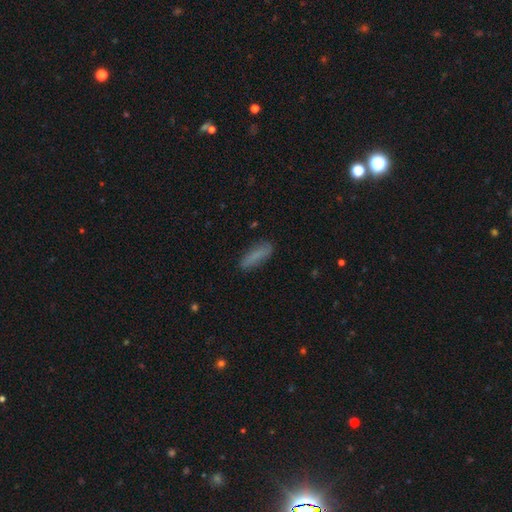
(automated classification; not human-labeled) A smooth galaxy with no disk features (80%) that is cigar-shaped (62%).

Vote fractions:
- Smooth or featured? smooth: 80% / featured or disk: 12% / star or artifact: 8%
- How rounded? cigar-shaped: 62% / in between: 36% / round: 2%
- Merging? none: 81% / minor disturbance: 14% / major disturbance: 3% / merger: 2%